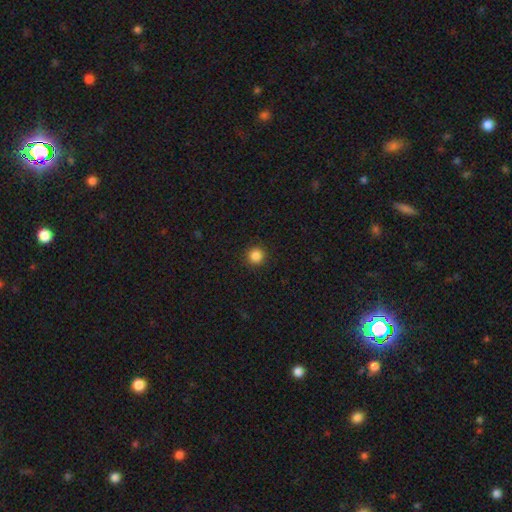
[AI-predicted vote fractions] Q: Smooth or featured?
A: smooth (86%); runner-up: star or artifact (11%)
Q: How rounded?
A: round (95%); runner-up: in between (4%)
Q: Merging?
A: none (92%); runner-up: minor disturbance (5%)